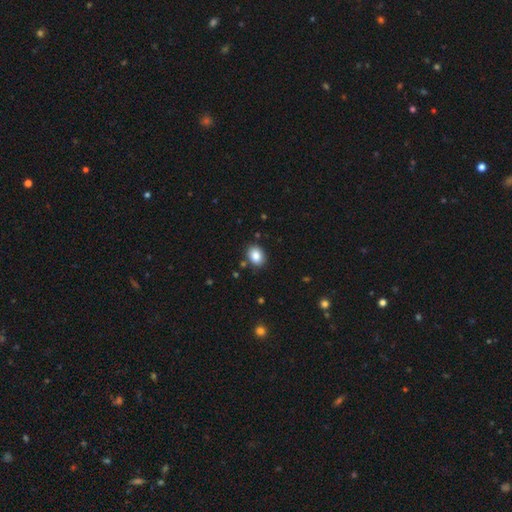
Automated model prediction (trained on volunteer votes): Smooth or featured? smooth (87%)
How rounded? in between (64%)
Merging? none (86%)